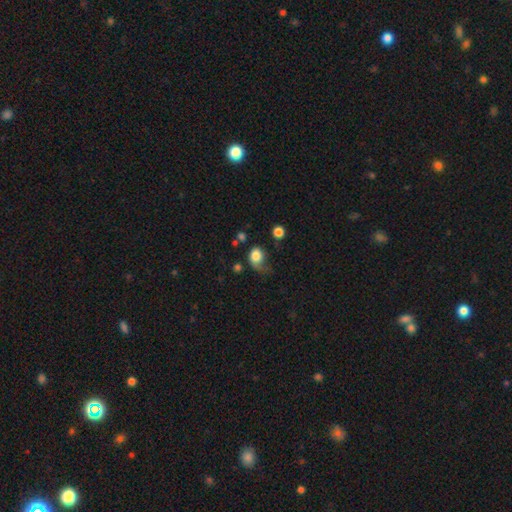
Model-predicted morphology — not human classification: smooth 78%, featured or disk 13%, star or artifact 9%. Down the decision tree: how rounded — round (52%); merging — major disturbance (33%).